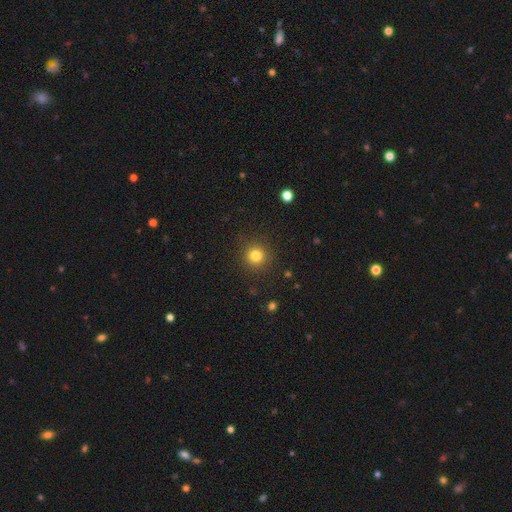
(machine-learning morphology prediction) Smooth or featured: smooth — 81% (star or artifact — 13%)
How rounded: round — 95% (in between — 4%)
Merging: none — 90% (minor disturbance — 6%)